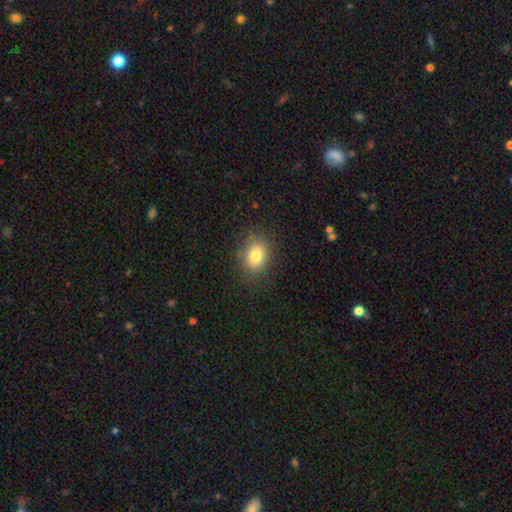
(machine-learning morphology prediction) type=smooth (80%); roundness=in between (56%); merging=none (84%).